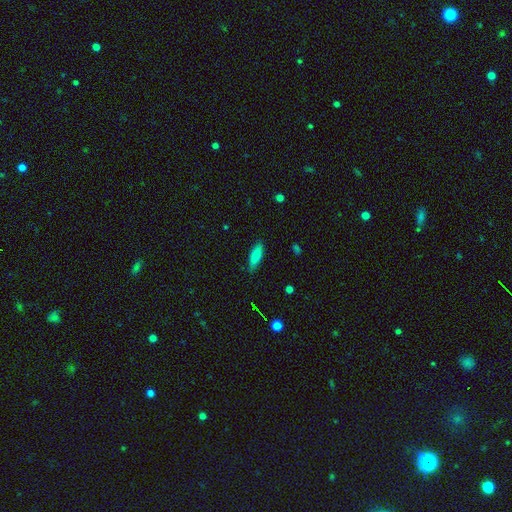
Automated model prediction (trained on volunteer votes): smooth 77%, featured or disk 15%, star or artifact 7%. Down the decision tree: how rounded — cigar-shaped (50%); merging — none (85%).